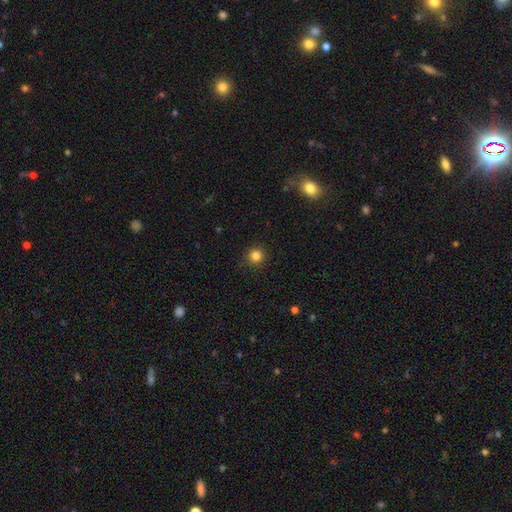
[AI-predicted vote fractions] A smooth galaxy with no disk features (83%) that is round (94%).

Vote fractions:
- Smooth or featured? smooth: 83% / star or artifact: 12% / featured or disk: 4%
- How rounded? round: 94% / in between: 5% / cigar-shaped: 1%
- Merging? none: 91% / minor disturbance: 6% / major disturbance: 2% / merger: 1%